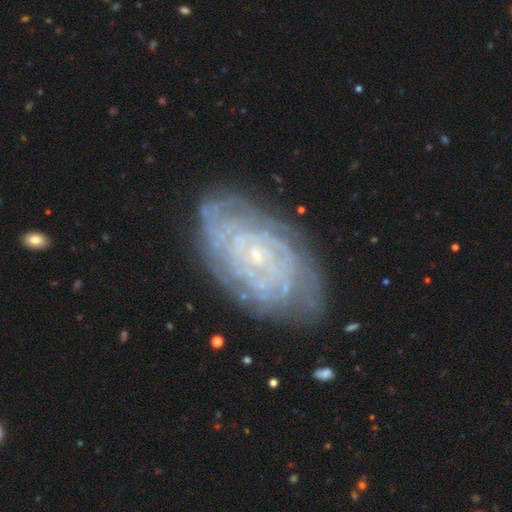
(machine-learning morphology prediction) Smooth or featured?
  - featured or disk: 85% *
  - smooth: 8%
  - star or artifact: 7%
Edge-on disk?
  - no: 95% *
  - yes: 5%
Bar?
  - no: 76% *
  - weak: 19%
  - strong: 6%
Spiral arms?
  - yes: 95% *
  - no: 5%
Spiral winding?
  - tight: 83% *
  - medium: 14%
  - loose: 3%
Spiral arm count?
  - can't tell: 40% *
  - 4: 14%
  - 2: 14%
  - more than 4: 14%
  - 3: 12%
  - 1: 7%
Bulge size?
  - small: 83% *
  - moderate: 13%
  - none: 3%
  - large: 1%
  - dominant: 1%
Merging?
  - none: 76% *
  - minor disturbance: 17%
  - major disturbance: 6%
  - merger: 2%